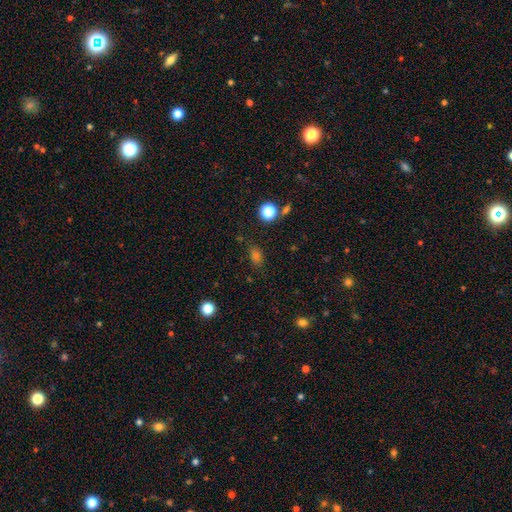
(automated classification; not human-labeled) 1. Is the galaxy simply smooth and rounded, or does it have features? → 72% smooth, 23% star or artifact, 6% featured or disk.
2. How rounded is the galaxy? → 71% in between, 27% round, 3% cigar-shaped.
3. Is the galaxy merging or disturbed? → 78% none, 14% minor disturbance, 4% major disturbance, 3% merger.